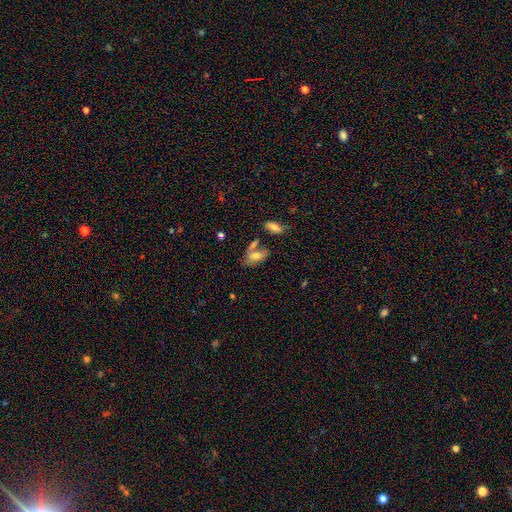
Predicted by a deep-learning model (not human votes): This is likely a smooth galaxy (67%). How rounded: clearly in between (86%). Merging: possibly none (45%).